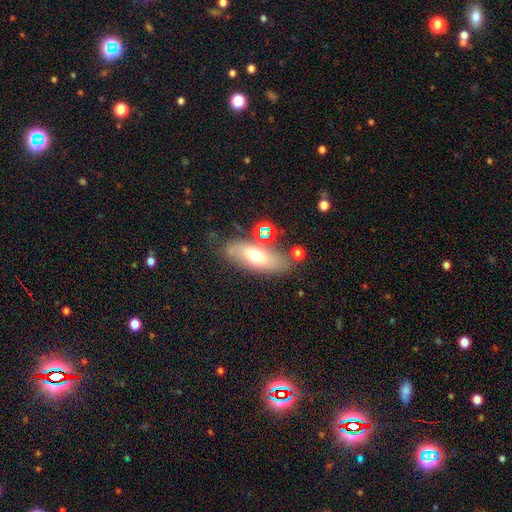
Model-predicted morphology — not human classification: Overall: smooth (58%; featured or disk 33%). How rounded: in between (72%). Merging: none (69%).